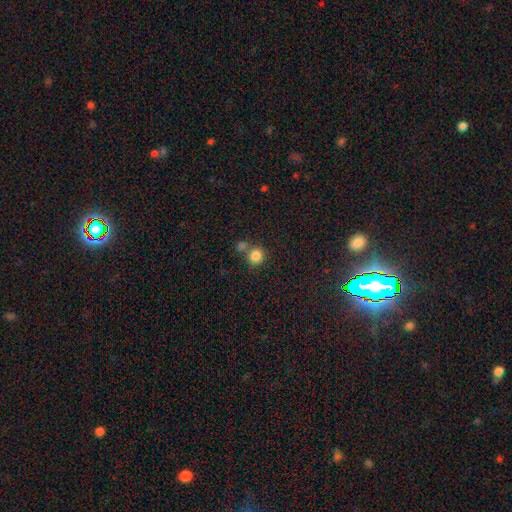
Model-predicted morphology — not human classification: The model was most divided on "merging": none: 60%, merger: 28%, minor disturbance: 9%, major disturbance: 3%. More confident: how rounded — round (86%); smooth or featured — smooth (84%).